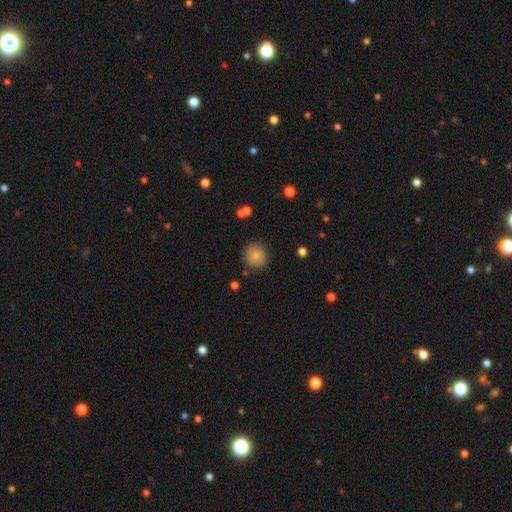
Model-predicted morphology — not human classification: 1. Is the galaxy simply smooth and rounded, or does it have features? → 82% smooth, 9% star or artifact, 9% featured or disk.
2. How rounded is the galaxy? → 93% round, 6% in between, 1% cigar-shaped.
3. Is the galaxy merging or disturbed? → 86% none, 9% minor disturbance, 2% major disturbance, 2% merger.